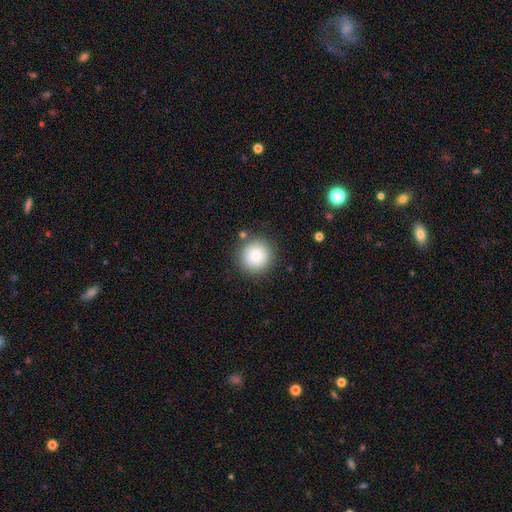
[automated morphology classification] Q: Smooth or featured?
A: smooth (83%); runner-up: star or artifact (10%)
Q: How rounded?
A: round (95%); runner-up: in between (4%)
Q: Merging?
A: none (88%); runner-up: minor disturbance (8%)